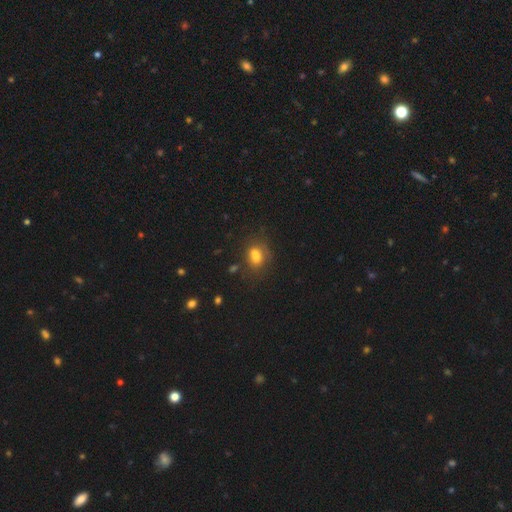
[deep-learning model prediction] Smooth or featured? Predicted: smooth (p=0.69). How rounded? Predicted: in between (p=0.70). Merging? Predicted: none (p=0.50).